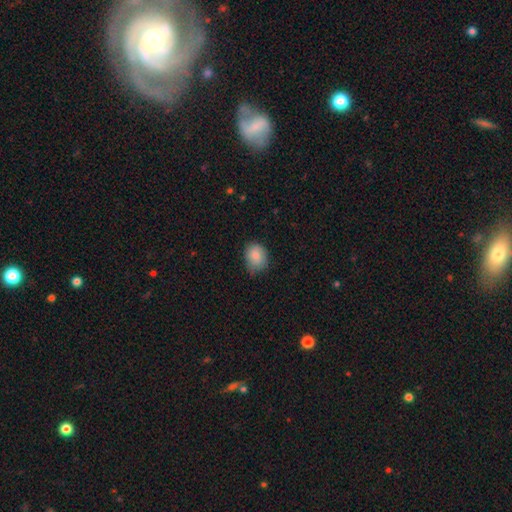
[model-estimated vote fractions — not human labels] Smooth or featured?
  - smooth: 84% *
  - featured or disk: 8%
  - star or artifact: 7%
How rounded?
  - round: 52% *
  - in between: 47%
  - cigar-shaped: 1%
Merging?
  - none: 64% *
  - minor disturbance: 30%
  - major disturbance: 5%
  - merger: 1%